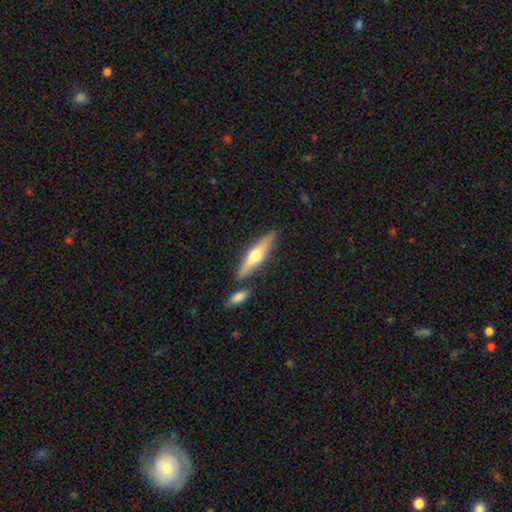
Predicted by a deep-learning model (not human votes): smooth-or-featured: featured or disk: 52% | smooth: 43% | star or artifact: 5%
  disk-edge-on: yes: 93% | no: 7%
  merging: none: 78% | minor disturbance: 11% | merger: 9% | major disturbance: 2%